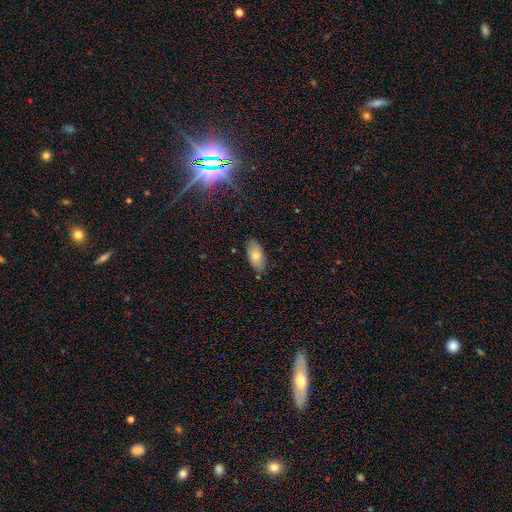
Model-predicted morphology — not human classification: This is likely a smooth galaxy (78%). How rounded: clearly in between (92%). Merging: clearly none (84%).